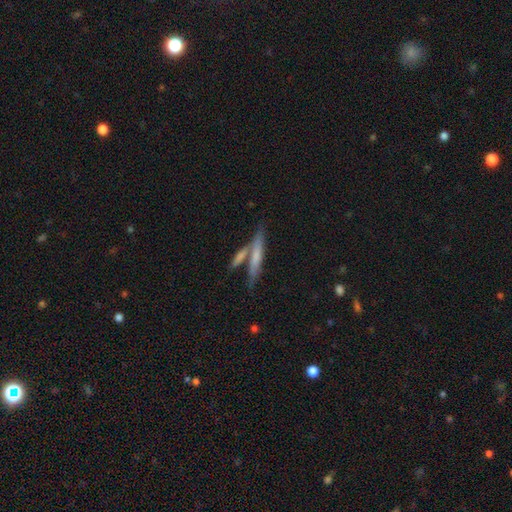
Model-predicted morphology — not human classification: smooth 55%, featured or disk 38%, star or artifact 7%. Down the decision tree: how rounded — cigar-shaped (87%); merging — none (57%).